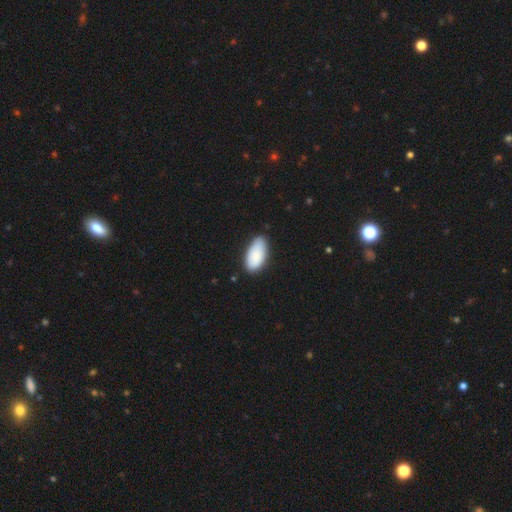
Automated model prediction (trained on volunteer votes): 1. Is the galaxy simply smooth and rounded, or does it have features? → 87% smooth, 7% featured or disk, 6% star or artifact.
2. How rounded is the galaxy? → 95% in between, 4% cigar-shaped, 2% round.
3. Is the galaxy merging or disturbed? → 77% none, 19% minor disturbance, 3% major disturbance, 1% merger.